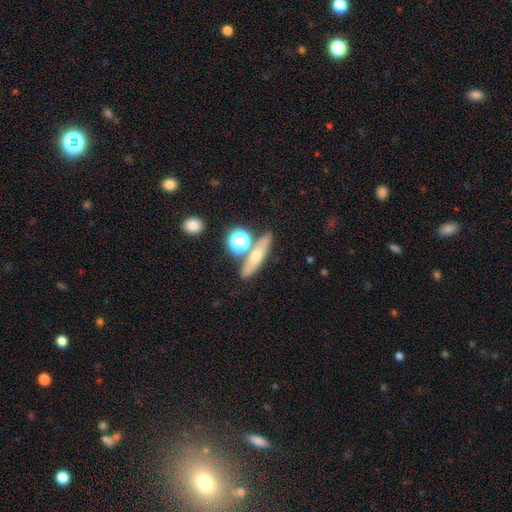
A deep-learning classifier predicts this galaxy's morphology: smooth-or-featured: smooth: 47% | featured or disk: 37% | star or artifact: 16%
  merging: none: 72% | merger: 14% | minor disturbance: 11% | major disturbance: 4%